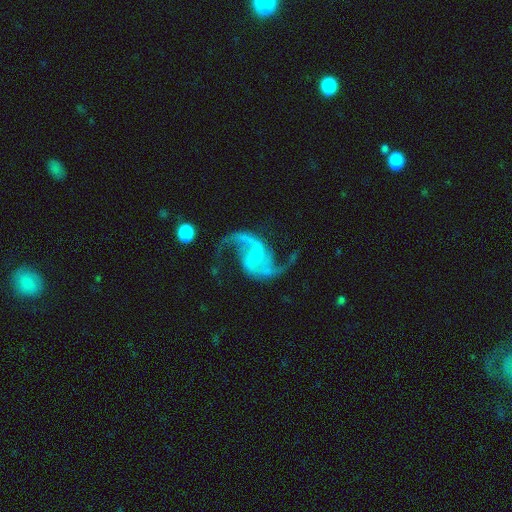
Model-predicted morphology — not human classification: type=featured or disk (93%); edge-on=no (98%); bar=no (45%); spiral arms=yes (98%); winding=loose (64%); arm count=2 (93%); bulge=small (62%); merging=none (72%).